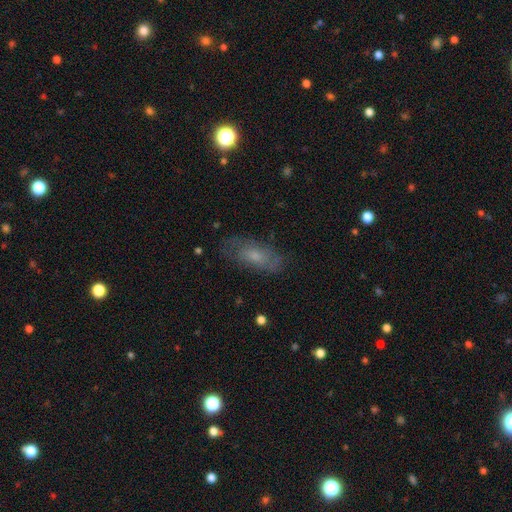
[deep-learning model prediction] Smooth or featured: smooth — 49% (featured or disk — 41%)
Merging: none — 74% (minor disturbance — 19%)